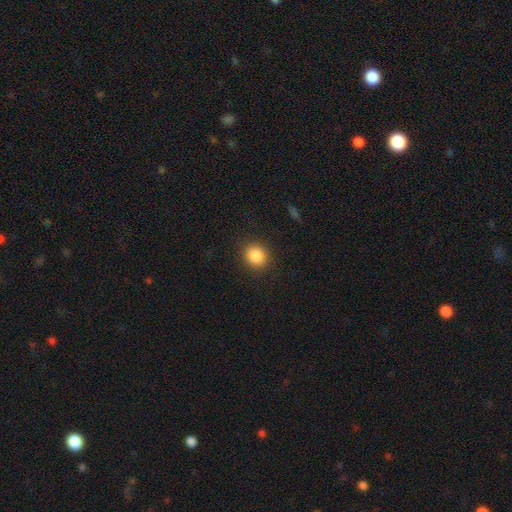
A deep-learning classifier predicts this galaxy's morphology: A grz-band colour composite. It shows a smooth galaxy with no disk features (86%) that is round (79%). Merging: none (89%).